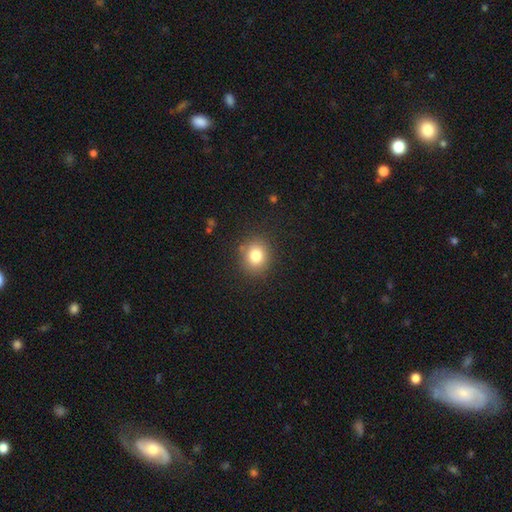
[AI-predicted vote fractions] smooth-or-featured: smooth: 80% | star or artifact: 12% | featured or disk: 8%
  how-rounded: round: 76% | in between: 24% | cigar-shaped: 1%
  merging: none: 86% | minor disturbance: 9% | major disturbance: 3% | merger: 2%